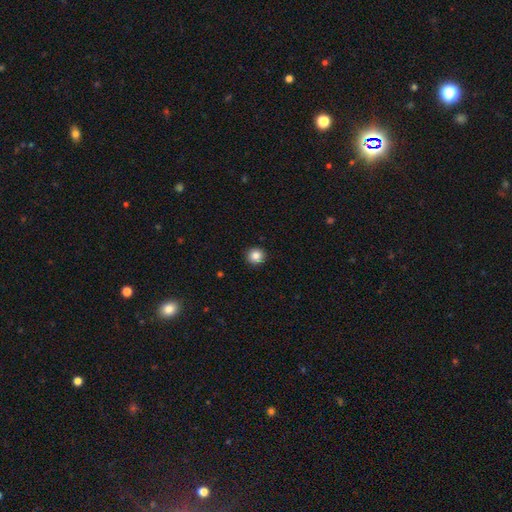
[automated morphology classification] smooth-or-featured: smooth: 85% | star or artifact: 10% | featured or disk: 5%
  how-rounded: round: 94% | in between: 5% | cigar-shaped: 1%
  merging: none: 92% | minor disturbance: 5% | major disturbance: 2% | merger: 1%